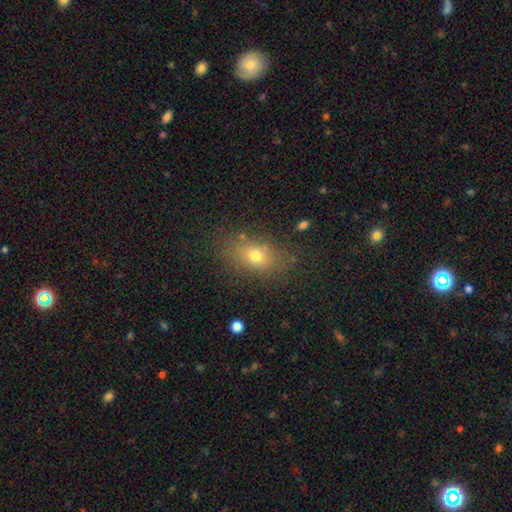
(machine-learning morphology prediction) A smooth galaxy with no disk features (72%) that is in between round and cigar-shaped (76%).

Vote fractions:
- Smooth or featured? smooth: 72% / featured or disk: 14% / star or artifact: 13%
- How rounded? in between: 76% / round: 20% / cigar-shaped: 4%
- Merging? none: 79% / minor disturbance: 13% / major disturbance: 5% / merger: 2%